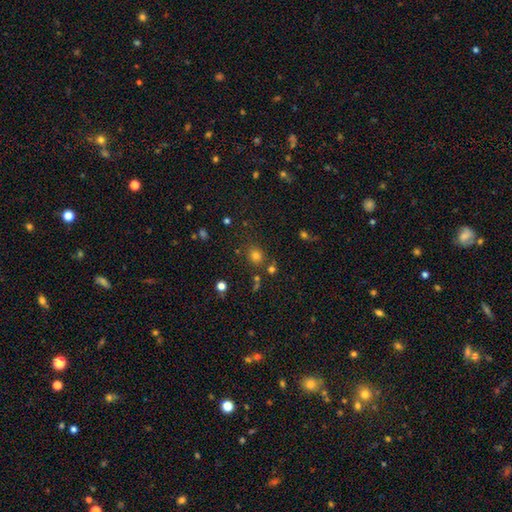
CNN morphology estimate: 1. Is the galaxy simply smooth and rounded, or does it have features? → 70% smooth, 23% star or artifact, 7% featured or disk.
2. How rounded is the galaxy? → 77% round, 22% in between, 1% cigar-shaped.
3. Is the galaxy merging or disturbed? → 76% none, 11% minor disturbance, 9% merger, 4% major disturbance.